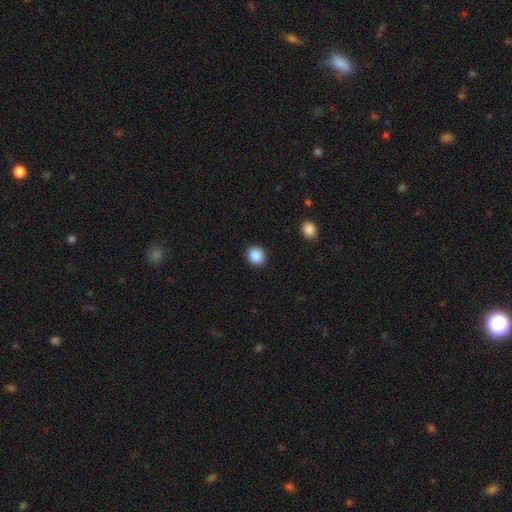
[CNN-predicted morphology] smooth 89%, star or artifact 8%, featured or disk 3%. Down the decision tree: how rounded — round (76%); merging — none (91%).